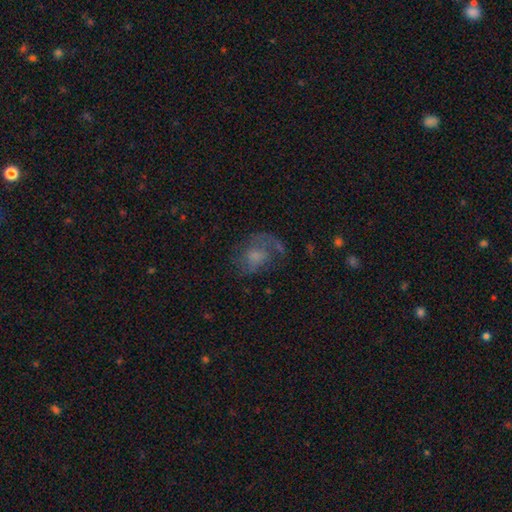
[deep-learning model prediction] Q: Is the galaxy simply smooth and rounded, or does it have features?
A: featured or disk — 53%.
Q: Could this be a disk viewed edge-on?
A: no — 97%.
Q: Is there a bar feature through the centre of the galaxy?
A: no — 67%.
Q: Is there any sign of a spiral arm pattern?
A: yes — 74%.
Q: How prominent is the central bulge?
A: moderate — 33%.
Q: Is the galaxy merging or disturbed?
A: none — 46%.